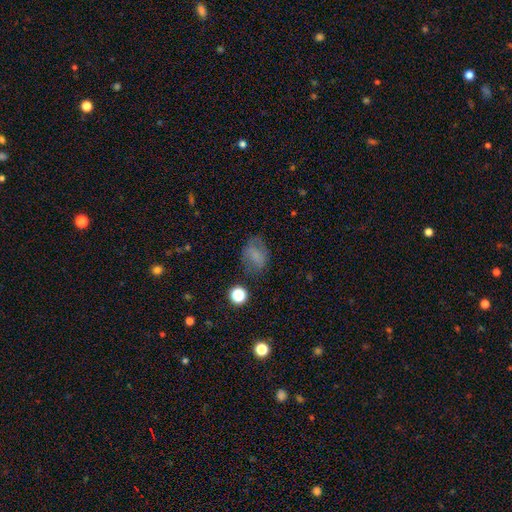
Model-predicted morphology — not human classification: smooth-or-featured: smooth: 69% | featured or disk: 17% | star or artifact: 14%
  how-rounded: in between: 66% | round: 33% | cigar-shaped: 1%
  merging: none: 66% | minor disturbance: 21% | major disturbance: 10% | merger: 2%